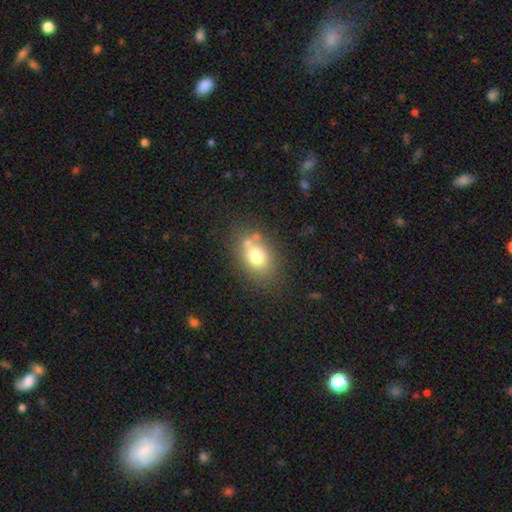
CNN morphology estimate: type=smooth (72%); roundness=in between (66%); merging=none (62%).